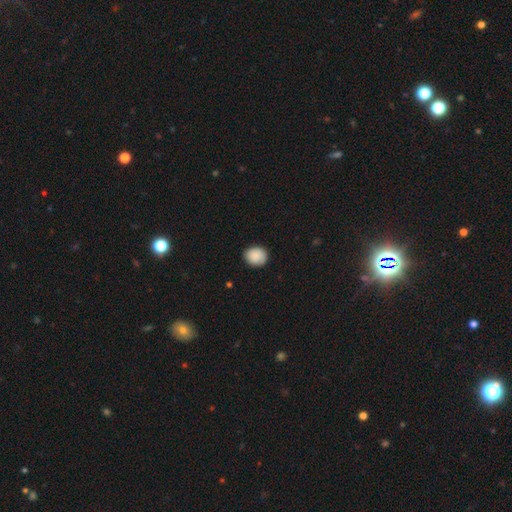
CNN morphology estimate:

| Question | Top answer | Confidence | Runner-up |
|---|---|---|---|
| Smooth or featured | smooth | 89% | star or artifact (7%) |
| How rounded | round | 71% | in between (28%) |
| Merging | none | 85% | minor disturbance (12%) |